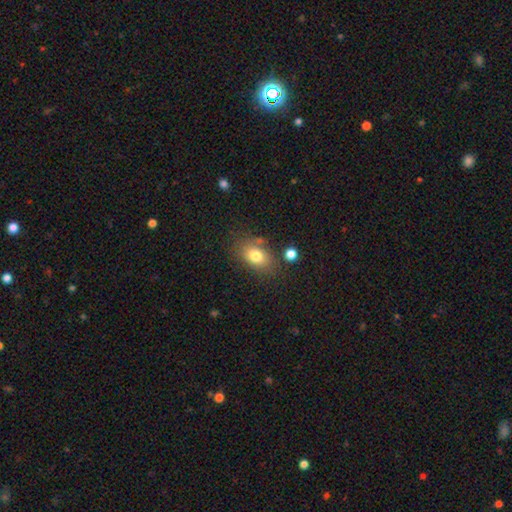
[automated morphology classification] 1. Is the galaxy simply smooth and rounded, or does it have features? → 78% smooth, 12% featured or disk, 10% star or artifact.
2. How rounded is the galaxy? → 79% in between, 20% round, 2% cigar-shaped.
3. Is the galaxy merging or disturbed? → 73% none, 15% minor disturbance, 7% merger, 5% major disturbance.